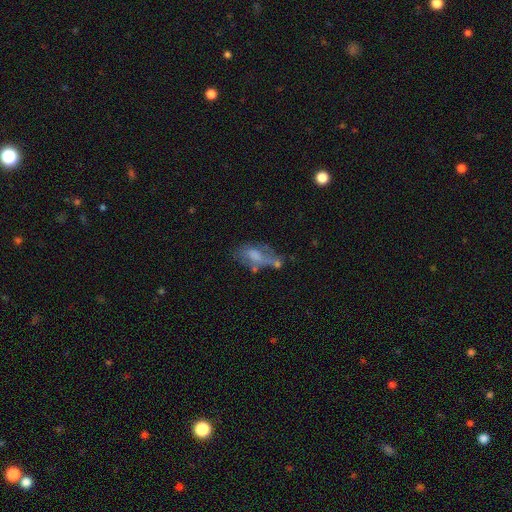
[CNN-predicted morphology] type=smooth (48%); merging=none (30%).